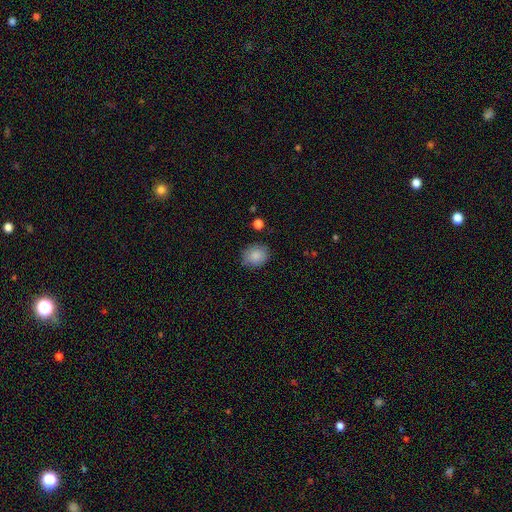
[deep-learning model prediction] A smooth galaxy with no disk features (85%) that is round (58%). Merging: none (80%).